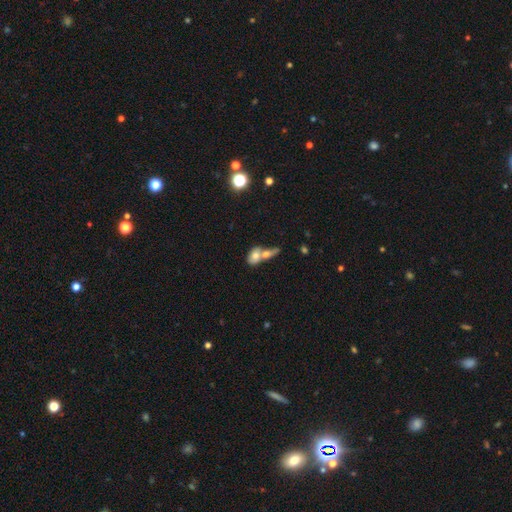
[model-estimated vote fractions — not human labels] This is likely a smooth galaxy (69%). How rounded: likely in between (74%). Merging: likely merger (72%).